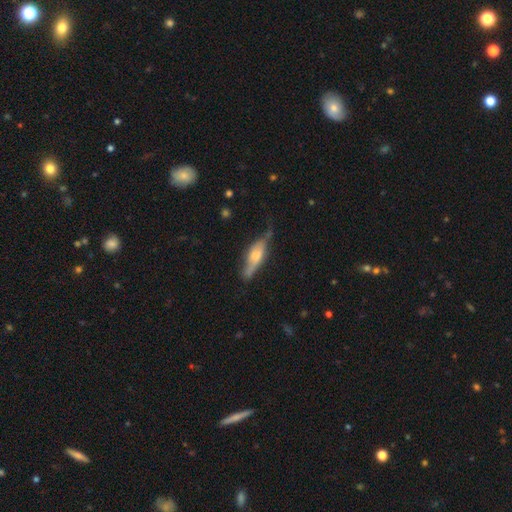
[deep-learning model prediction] Morphology: type=smooth (48%); merging=none (53%).